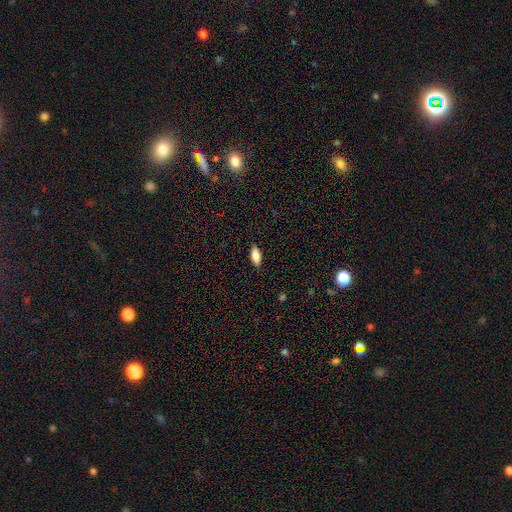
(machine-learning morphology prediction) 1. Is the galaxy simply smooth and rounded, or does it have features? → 79% smooth, 15% featured or disk, 7% star or artifact.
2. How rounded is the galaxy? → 79% in between, 18% cigar-shaped, 2% round.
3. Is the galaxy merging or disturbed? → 89% none, 8% minor disturbance, 2% major disturbance, 1% merger.